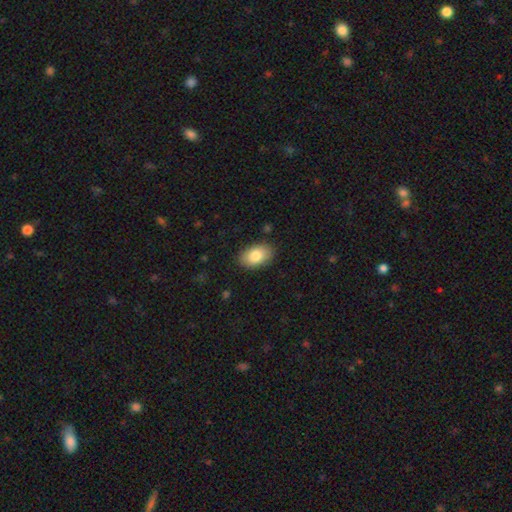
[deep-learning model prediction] Smooth or featured?
  - smooth: 83% *
  - featured or disk: 10%
  - star or artifact: 7%
How rounded?
  - in between: 90% *
  - round: 8%
  - cigar-shaped: 1%
Merging?
  - none: 87% *
  - minor disturbance: 10%
  - major disturbance: 2%
  - merger: 1%